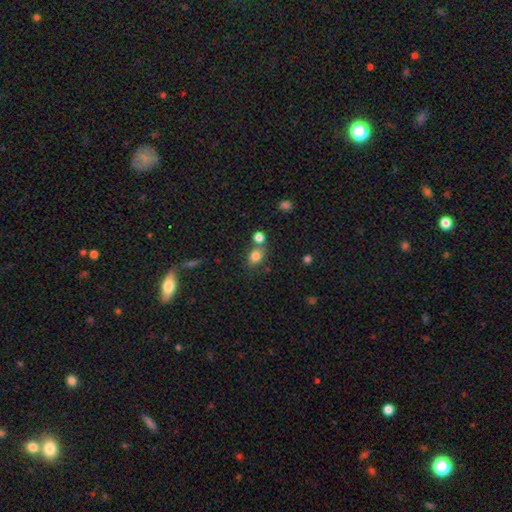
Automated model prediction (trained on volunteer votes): Smooth or featured? smooth (80%)
How rounded? round (50%)
Merging? none (59%)